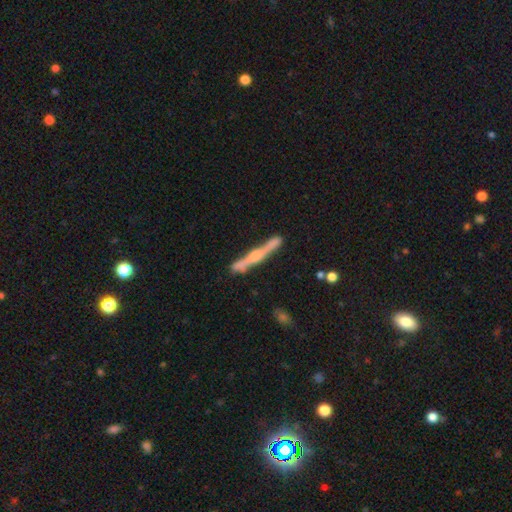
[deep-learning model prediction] Smooth or featured? Predicted: featured or disk (p=0.63). Edge-on disk? Predicted: yes (p=0.96). Edge-on bulge? Predicted: rounded (p=0.63). Merging? Predicted: none (p=0.77).